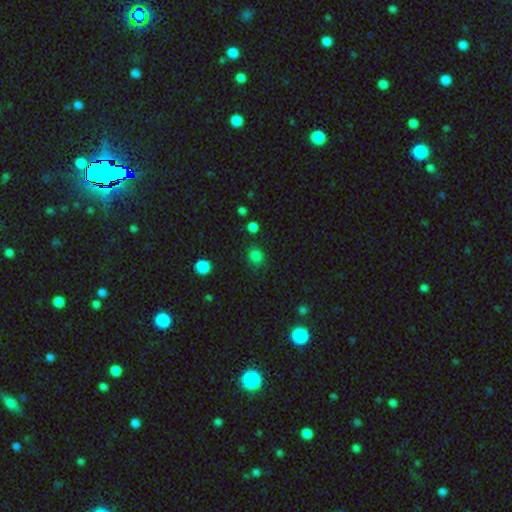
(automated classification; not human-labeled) Overall: smooth (80%). How rounded: round (76%). Merging: none (81%).